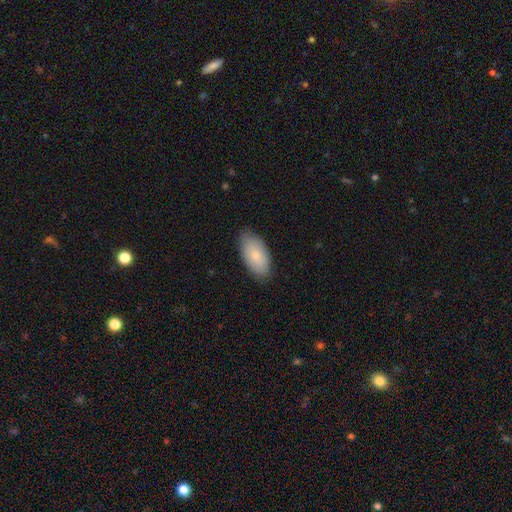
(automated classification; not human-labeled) smooth_or_featured: smooth (p=0.78) [alt: featured or disk p=0.16]
how_rounded: in between (p=0.94) [alt: cigar-shaped p=0.03]
merging: none (p=0.83) [alt: minor disturbance p=0.13]